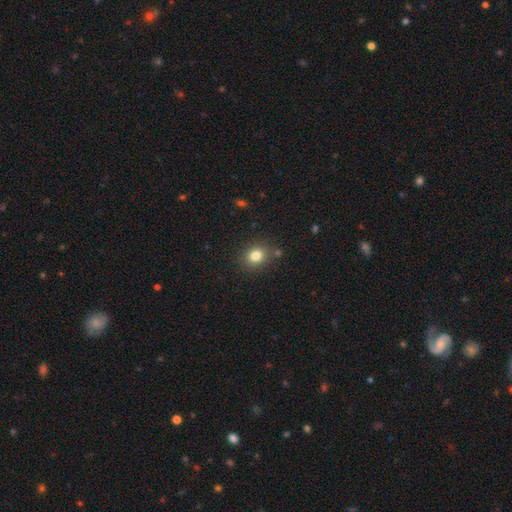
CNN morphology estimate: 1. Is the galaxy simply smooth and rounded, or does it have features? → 81% smooth, 12% star or artifact, 7% featured or disk.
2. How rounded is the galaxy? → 66% round, 34% in between, 1% cigar-shaped.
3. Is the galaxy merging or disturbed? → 83% none, 10% minor disturbance, 4% merger, 3% major disturbance.